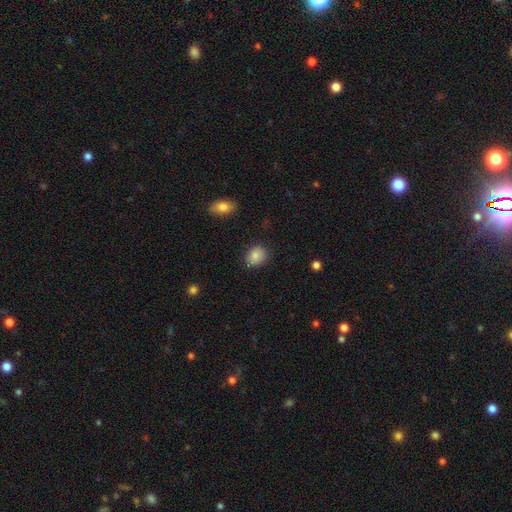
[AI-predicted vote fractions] Smooth or featured: smooth — 83% (star or artifact — 9%)
How rounded: round — 52% (in between — 47%)
Merging: none — 83% (minor disturbance — 13%)